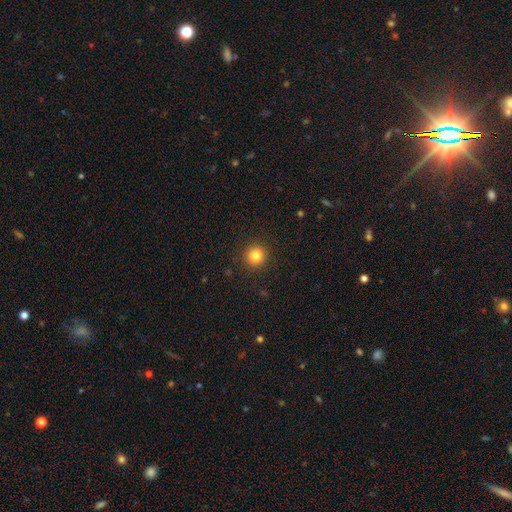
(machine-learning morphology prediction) This appears to be a smooth galaxy with no disk features (83%) that is round (94%). Merging: none (92%).